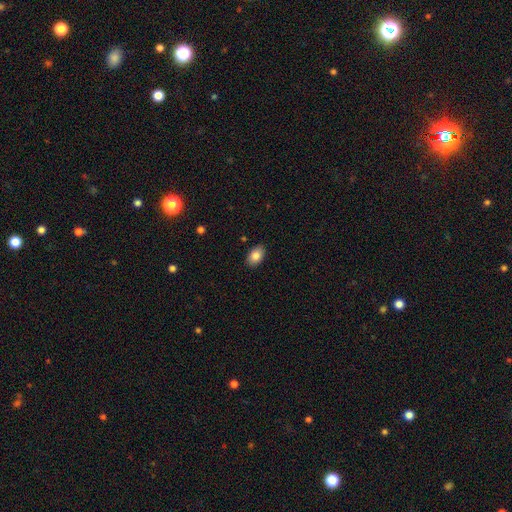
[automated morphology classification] A smooth galaxy with no disk features (84%) that is in between round and cigar-shaped (88%).

Vote fractions:
- Smooth or featured? smooth: 84% / featured or disk: 8% / star or artifact: 8%
- How rounded? in between: 88% / round: 11% / cigar-shaped: 1%
- Merging? none: 88% / minor disturbance: 9% / major disturbance: 2% / merger: 1%